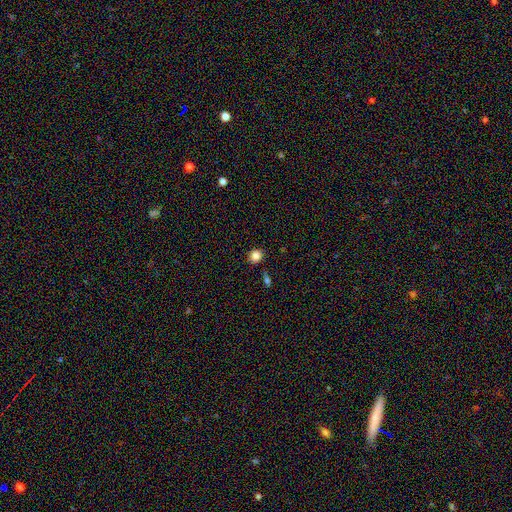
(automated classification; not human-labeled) Smooth or featured? Predicted: smooth (p=0.83). How rounded? Predicted: round (p=0.85). Merging? Predicted: none (p=0.86).